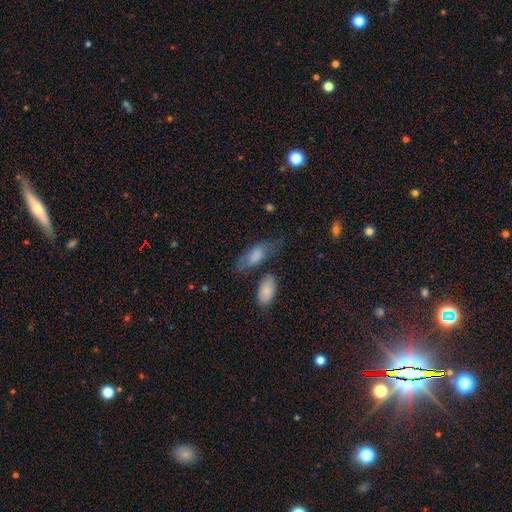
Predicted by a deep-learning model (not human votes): Q: Smooth or featured?
A: smooth (70%); runner-up: featured or disk (23%)
Q: How rounded?
A: in between (79%); runner-up: cigar-shaped (18%)
Q: Merging?
A: none (52%); runner-up: minor disturbance (24%)